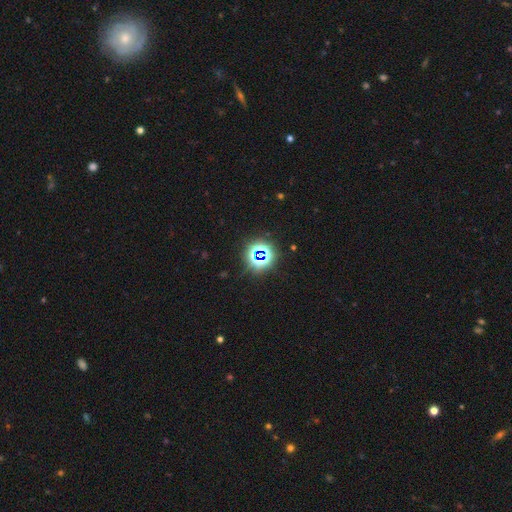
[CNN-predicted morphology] smooth-or-featured: star or artifact: 72% | smooth: 19% | featured or disk: 9%